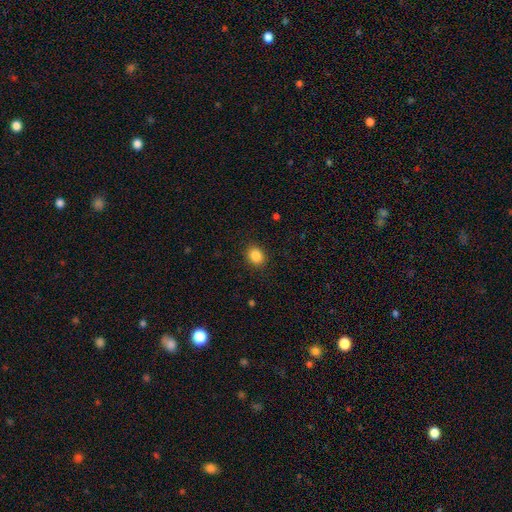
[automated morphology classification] smooth-or-featured: smooth: 86% | star or artifact: 9% | featured or disk: 4%
  how-rounded: round: 56% | in between: 43% | cigar-shaped: 1%
  merging: none: 89% | minor disturbance: 8% | major disturbance: 2% | merger: 1%